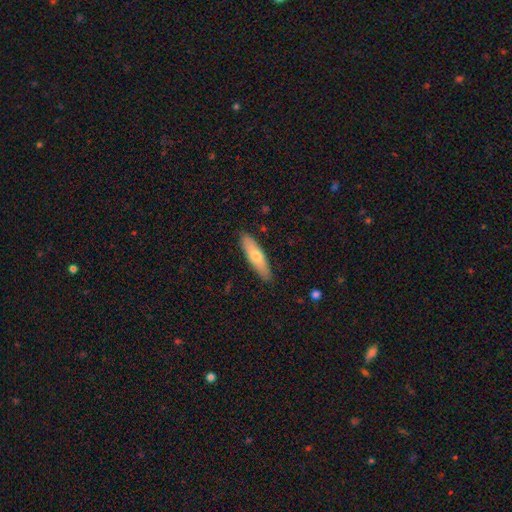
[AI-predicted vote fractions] This appears to be a smooth galaxy with no disk features (66%) that is cigar-shaped (67%). Merging: none (88%).